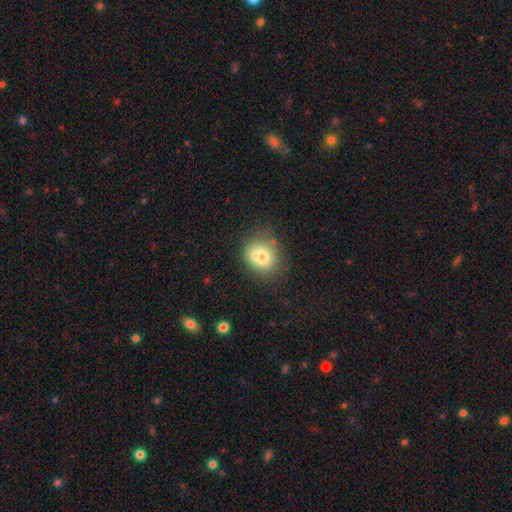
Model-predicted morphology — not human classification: smooth-or-featured: smooth: 70% | featured or disk: 19% | star or artifact: 11%
  how-rounded: round: 71% | in between: 28% | cigar-shaped: 1%
  merging: none: 50% | merger: 28% | minor disturbance: 16% | major disturbance: 5%